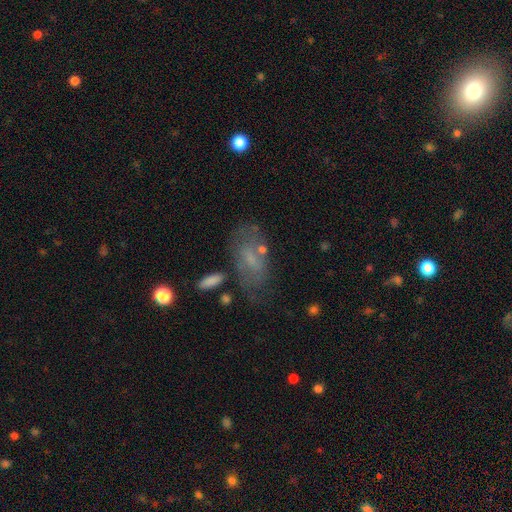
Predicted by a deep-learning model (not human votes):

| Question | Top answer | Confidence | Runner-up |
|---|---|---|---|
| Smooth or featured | featured or disk | 47% | smooth (38%) |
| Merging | none | 57% | minor disturbance (22%) |